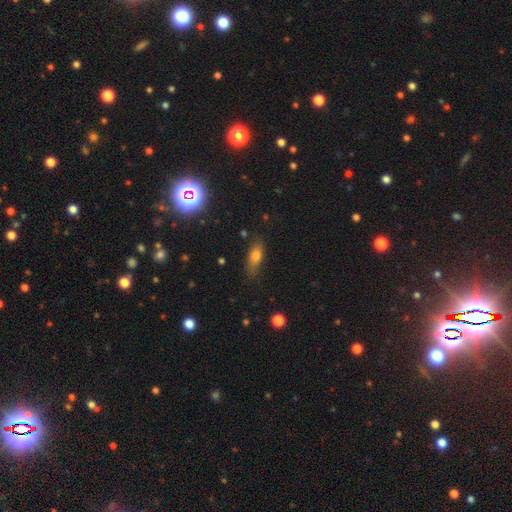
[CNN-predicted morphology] smooth_or_featured: smooth (p=0.72) [alt: featured or disk p=0.17]
how_rounded: in between (p=0.70) [alt: cigar-shaped p=0.25]
merging: none (p=0.71) [alt: minor disturbance p=0.22]